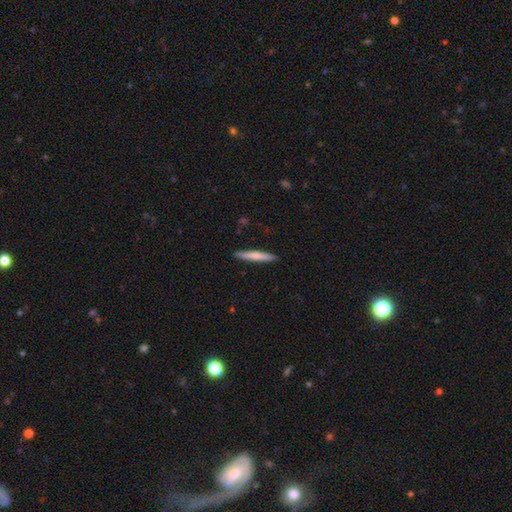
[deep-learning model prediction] Morphology: type=smooth (67%); roundness=cigar-shaped (95%); merging=none (91%).